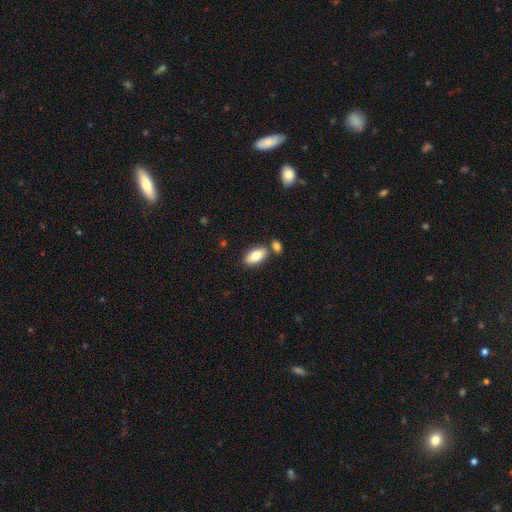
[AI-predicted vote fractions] Morphology: type=smooth (82%); roundness=in between (92%); merging=none (71%).